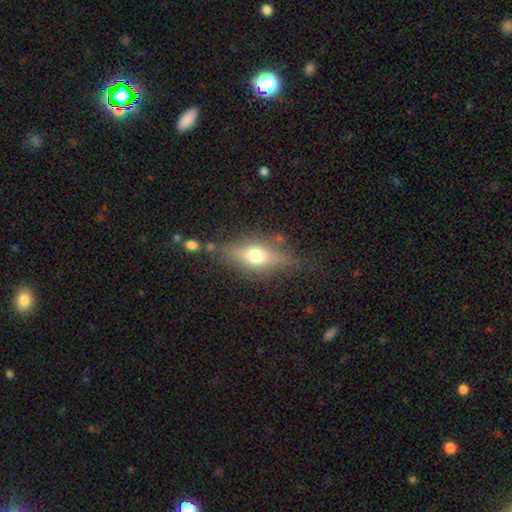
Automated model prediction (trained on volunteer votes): Overall: smooth (59%; featured or disk 32%). How rounded: in between (68%). Merging: none (74%).